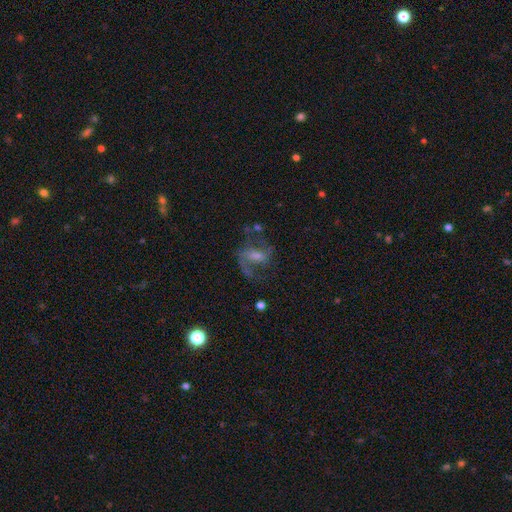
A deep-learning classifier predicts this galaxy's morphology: A featured or disk galaxy (77%) with a weak bar (50%), 2 (84%) medium (47%) spiral arms (92%) and a moderate central bulge (37%).

Vote fractions:
- Smooth or featured? featured or disk: 77% / star or artifact: 12% / smooth: 11%
- Edge-on disk? no: 96% / yes: 4%
- Bar? weak: 50% / strong: 26% / no: 23%
- Spiral arms? yes: 92% / no: 8%
- Spiral winding? medium: 47% / loose: 43% / tight: 10%
- Spiral arm count? 2: 84% / can't tell: 6% / 1: 5% / 3: 2% / 4: 1% / more than 4: 1%
- Bulge size? moderate: 37% / small: 34% / none: 18% / large: 9% / dominant: 2%
- Merging? none: 62% / major disturbance: 18% / minor disturbance: 16% / merger: 4%